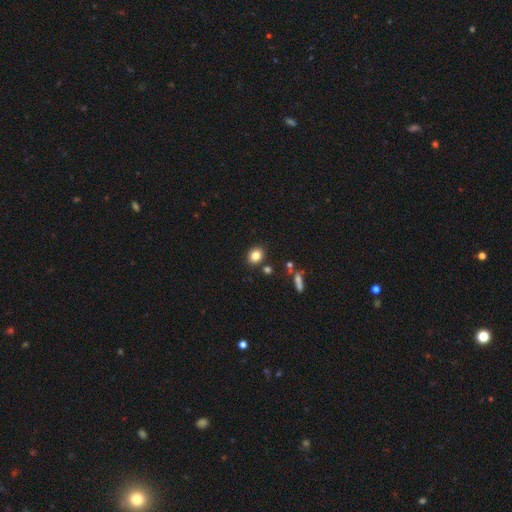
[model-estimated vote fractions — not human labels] smooth 83%, star or artifact 11%, featured or disk 6%. Down the decision tree: how rounded — round (52%); merging — none (83%).